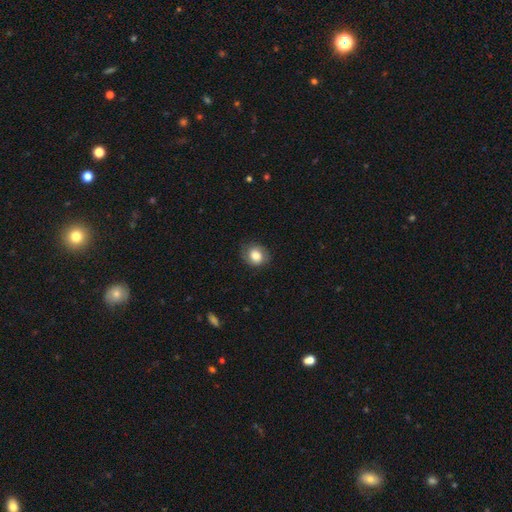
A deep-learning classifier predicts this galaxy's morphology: Q: Smooth or featured?
A: smooth (73%); runner-up: featured or disk (19%)
Q: How rounded?
A: round (63%); runner-up: in between (36%)
Q: Merging?
A: none (79%); runner-up: minor disturbance (15%)